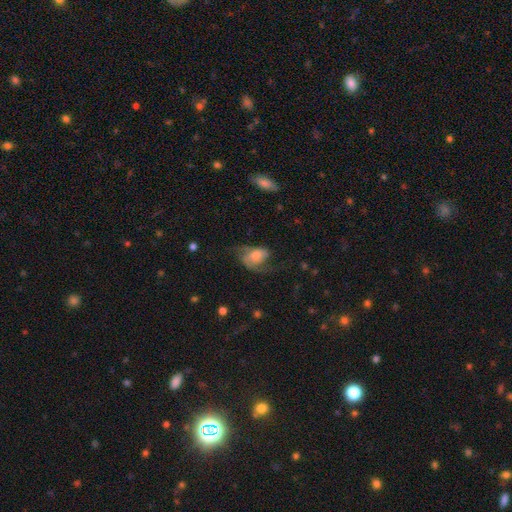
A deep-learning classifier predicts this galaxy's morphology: Smooth or featured?
  - featured or disk: 51% *
  - smooth: 40%
  - star or artifact: 8%
Edge-on disk?
  - no: 96% *
  - yes: 4%
Merging?
  - none: 37% * (tied)
  - major disturbance: 37% * (tied)
  - minor disturbance: 24%
  - merger: 2%